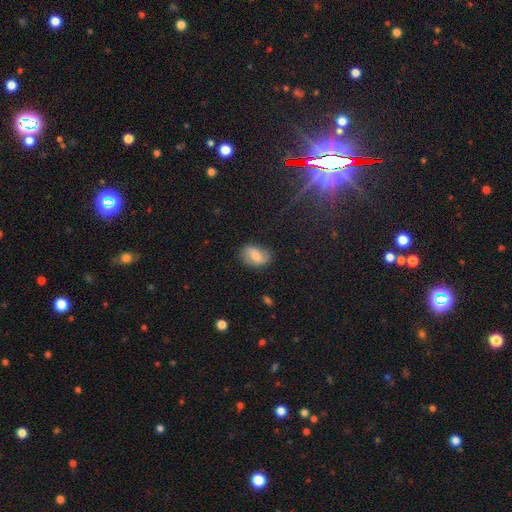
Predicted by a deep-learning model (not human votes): This is likely a smooth galaxy (61%). How rounded: likely in between (79%). Merging: likely none (78%).